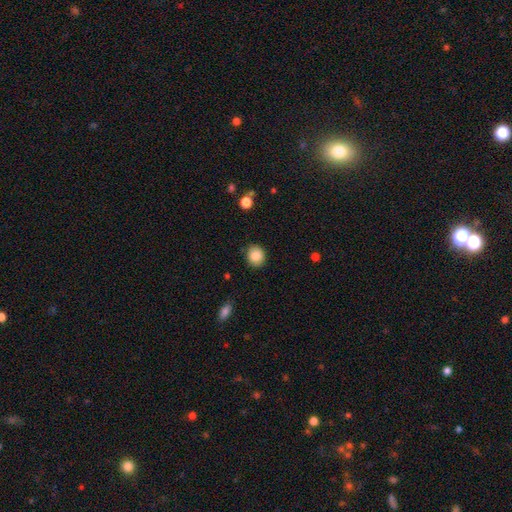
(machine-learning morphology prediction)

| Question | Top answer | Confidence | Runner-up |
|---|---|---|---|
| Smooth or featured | smooth | 85% | star or artifact (9%) |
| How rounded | round | 67% | in between (32%) |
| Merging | none | 87% | minor disturbance (9%) |